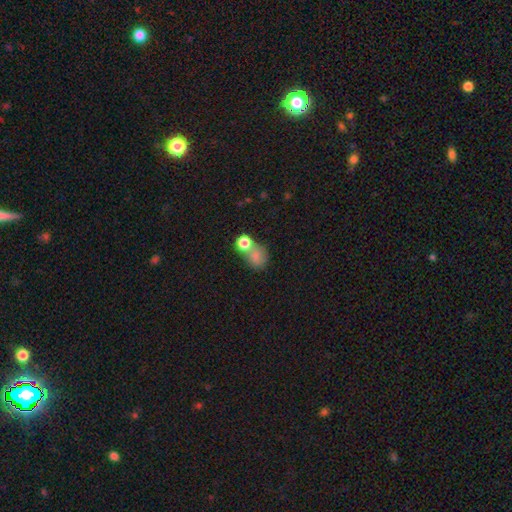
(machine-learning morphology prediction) A smooth galaxy with no disk features (78%) that is round (57%). Merging: merger (40%).